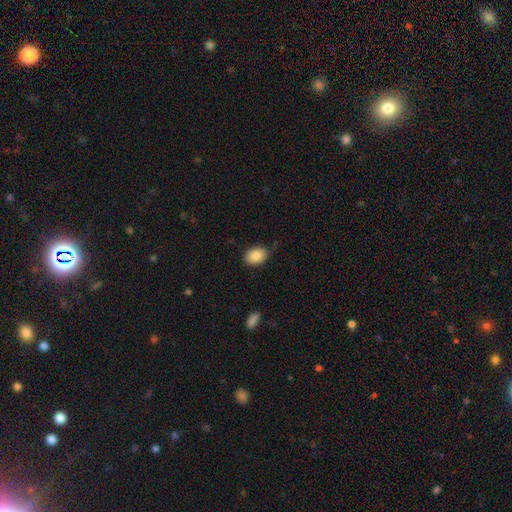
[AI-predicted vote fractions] Morphology: type=smooth (86%); roundness=in between (78%); merging=none (81%).